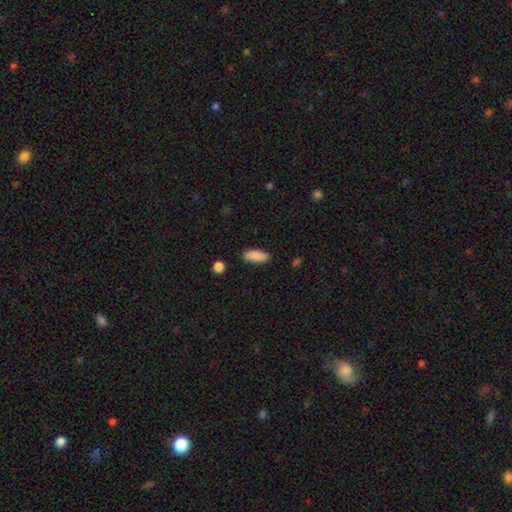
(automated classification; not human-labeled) A smooth galaxy with no disk features (89%) that is in between round and cigar-shaped (80%).

Vote fractions:
- Smooth or featured? smooth: 89% / star or artifact: 7% / featured or disk: 5%
- How rounded? in between: 80% / cigar-shaped: 18% / round: 2%
- Merging? none: 84% / minor disturbance: 12% / major disturbance: 2% / merger: 2%